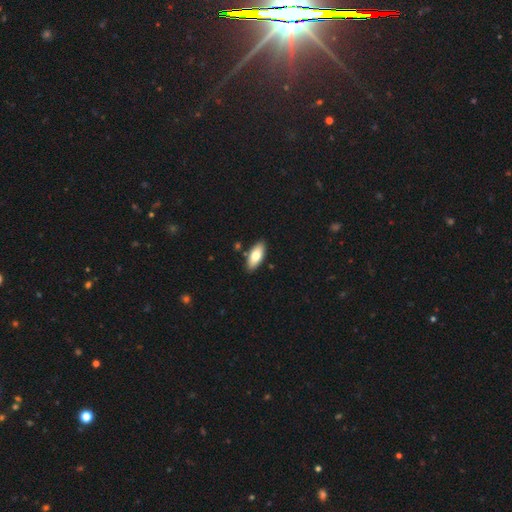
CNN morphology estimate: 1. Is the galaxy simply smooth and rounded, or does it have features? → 75% smooth, 20% featured or disk, 6% star or artifact.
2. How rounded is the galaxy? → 82% in between, 16% cigar-shaped, 2% round.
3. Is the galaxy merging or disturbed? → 86% none, 9% minor disturbance, 3% merger, 2% major disturbance.